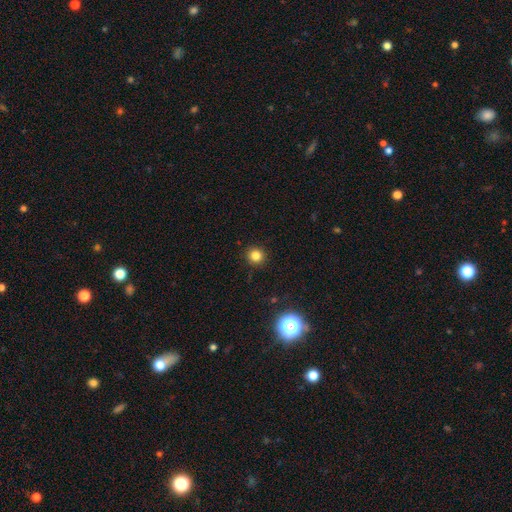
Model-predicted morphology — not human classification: Q: Smooth or featured?
A: smooth (81%); runner-up: star or artifact (14%)
Q: How rounded?
A: round (94%); runner-up: in between (5%)
Q: Merging?
A: none (92%); runner-up: minor disturbance (5%)